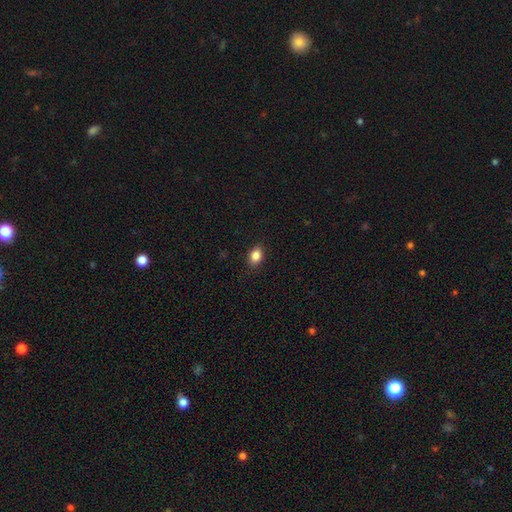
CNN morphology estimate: smooth_or_featured: smooth (p=0.86) [alt: star or artifact p=0.09]
how_rounded: in between (p=0.73) [alt: round p=0.26]
merging: none (p=0.88) [alt: minor disturbance p=0.09]